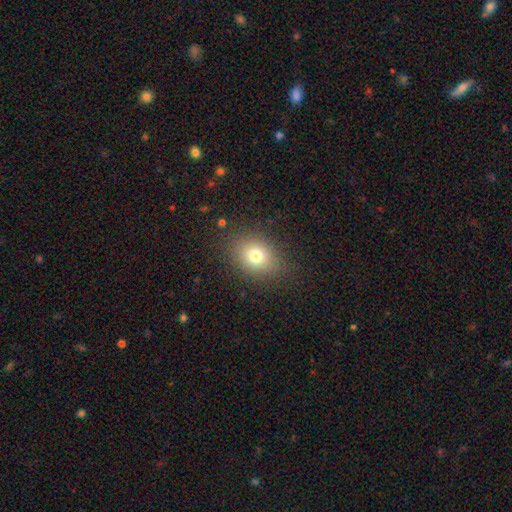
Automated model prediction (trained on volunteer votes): Q: Smooth or featured?
A: smooth (76%); runner-up: star or artifact (14%)
Q: How rounded?
A: in between (53%); runner-up: round (46%)
Q: Merging?
A: none (85%); runner-up: minor disturbance (10%)